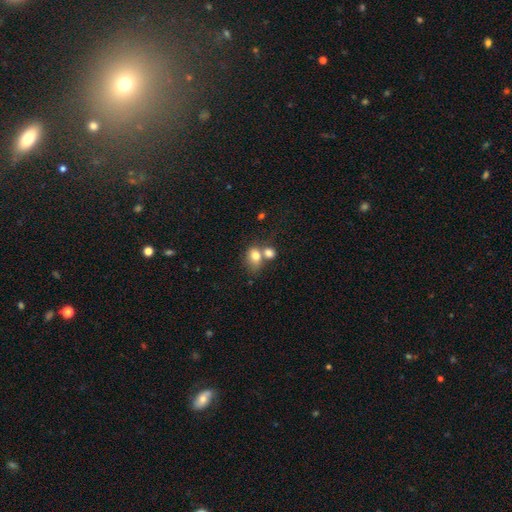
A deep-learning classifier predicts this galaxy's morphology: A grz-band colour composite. It shows a smooth galaxy with no disk features (76%) that is in between round and cigar-shaped (62%). Merging: merger (55%).